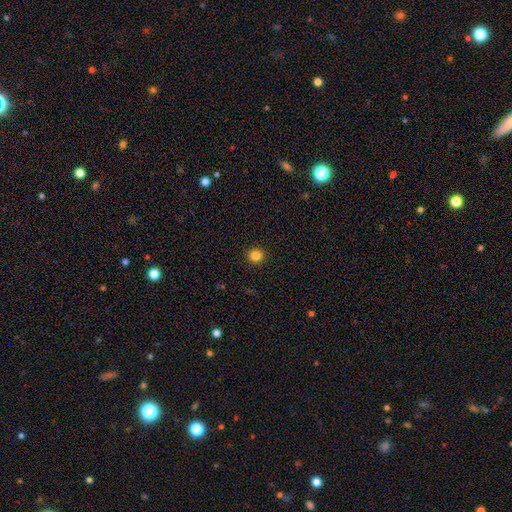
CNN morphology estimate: A smooth galaxy with no disk features (83%) that is round (92%). Merging: none (93%).